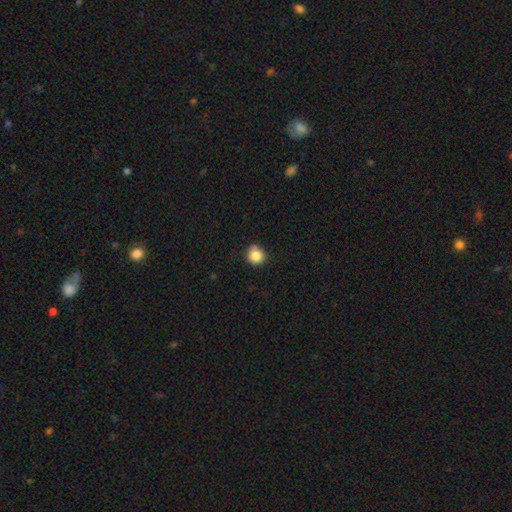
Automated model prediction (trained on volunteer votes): Smooth or featured?
  - smooth: 85% *
  - star or artifact: 10%
  - featured or disk: 5%
How rounded?
  - round: 89% *
  - in between: 10%
  - cigar-shaped: 1%
Merging?
  - none: 69% *
  - minor disturbance: 23%
  - merger: 4%
  - major disturbance: 4%